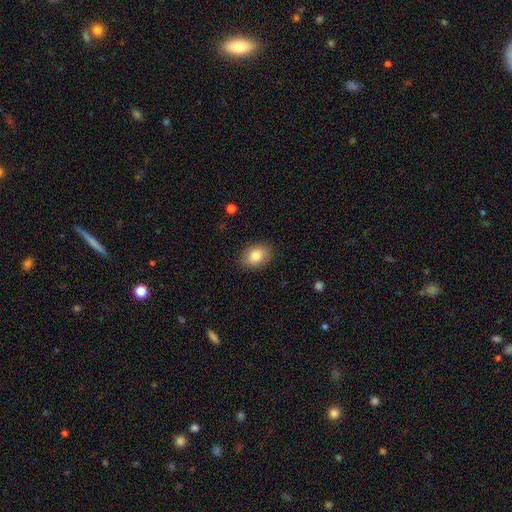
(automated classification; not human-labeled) Smooth or featured? smooth (82%)
How rounded? in between (70%)
Merging? none (86%)